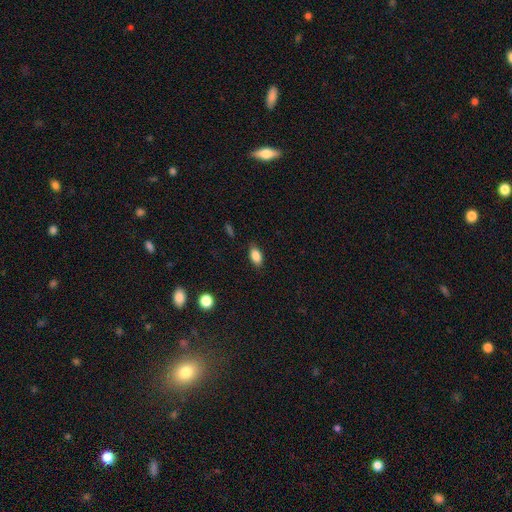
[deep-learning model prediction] smooth 86%, star or artifact 8%, featured or disk 6%. Down the decision tree: how rounded — in between (89%); merging — none (85%).